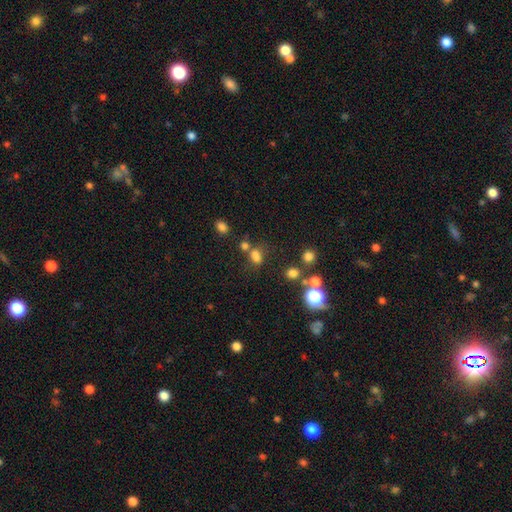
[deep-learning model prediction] smooth-or-featured: smooth: 69% | star or artifact: 21% | featured or disk: 9%
  how-rounded: in between: 62% | round: 35% | cigar-shaped: 3%
  merging: none: 49% | merger: 29% | minor disturbance: 14% | major disturbance: 8%